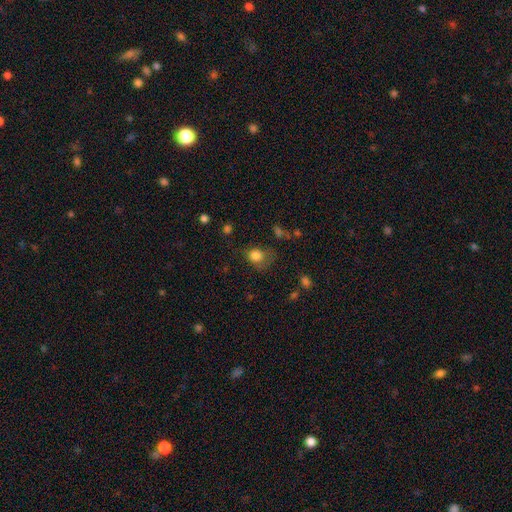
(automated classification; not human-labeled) This appears to be a smooth galaxy with no disk features (81%) that is round (56%). Merging: none (48%).